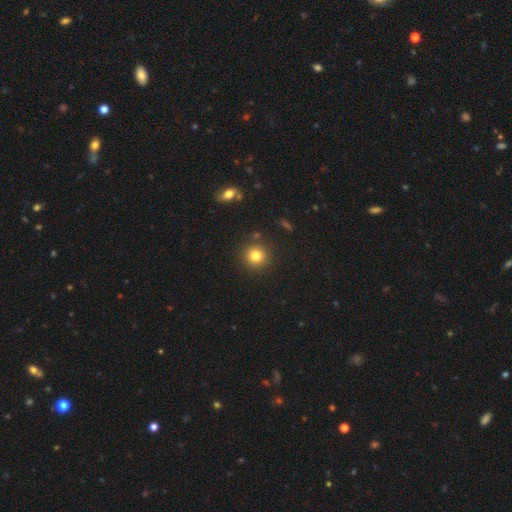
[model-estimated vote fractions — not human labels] A smooth galaxy with no disk features (81%) that is round (94%).

Vote fractions:
- Smooth or featured? smooth: 81% / star or artifact: 12% / featured or disk: 7%
- How rounded? round: 94% / in between: 6% / cigar-shaped: 1%
- Merging? none: 88% / minor disturbance: 7% / merger: 3% / major disturbance: 2%